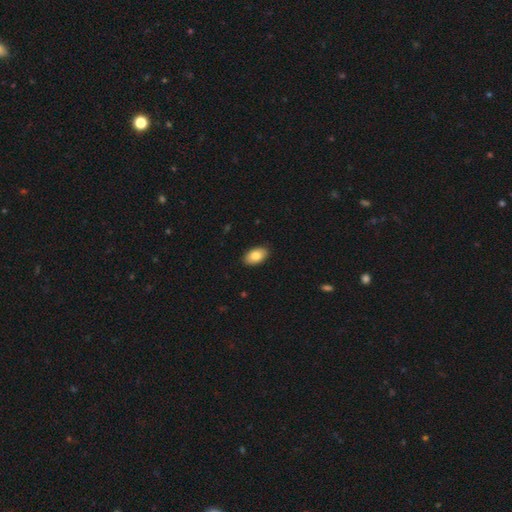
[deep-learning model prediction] The model was most divided on "smooth or featured": smooth: 83%, featured or disk: 10%, star or artifact: 7%. More confident: how rounded — in between (93%); merging — none (90%).